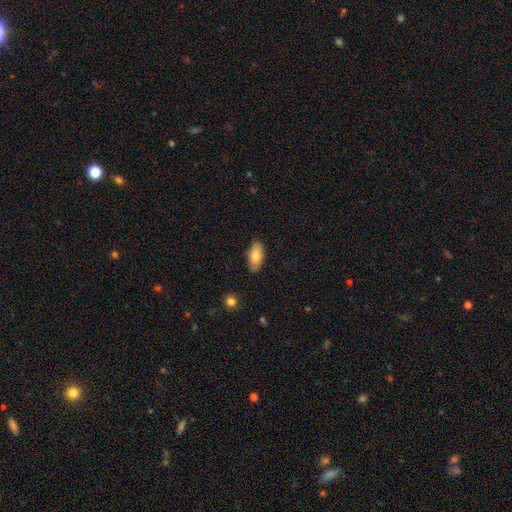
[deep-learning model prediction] Smooth or featured: smooth — 78% (featured or disk — 15%)
How rounded: in between — 89% (cigar-shaped — 9%)
Merging: none — 87% (minor disturbance — 10%)